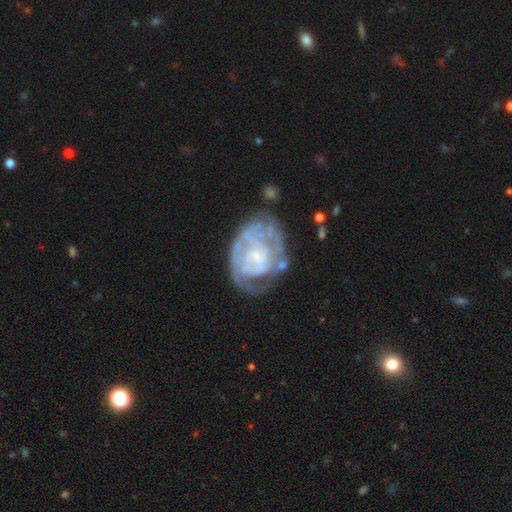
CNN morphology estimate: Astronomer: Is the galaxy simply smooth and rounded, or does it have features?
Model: featured or disk — 78%.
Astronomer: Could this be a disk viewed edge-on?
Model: no — 98%.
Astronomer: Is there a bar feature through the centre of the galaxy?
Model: no — 68%.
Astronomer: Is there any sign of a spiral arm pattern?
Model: yes — 74%.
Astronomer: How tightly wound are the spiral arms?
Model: tight — 62%.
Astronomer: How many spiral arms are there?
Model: can't tell — 54%.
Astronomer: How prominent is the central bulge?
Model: small — 59%.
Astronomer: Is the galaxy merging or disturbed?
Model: none — 48% (runner-up: minor disturbance, 26%).